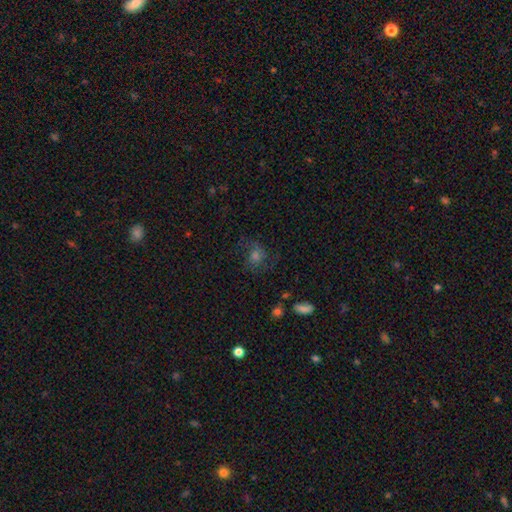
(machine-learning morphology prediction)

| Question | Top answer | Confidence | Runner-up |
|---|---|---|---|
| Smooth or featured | featured or disk | 43% | smooth (35%) |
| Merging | none | 66% | minor disturbance (18%) |